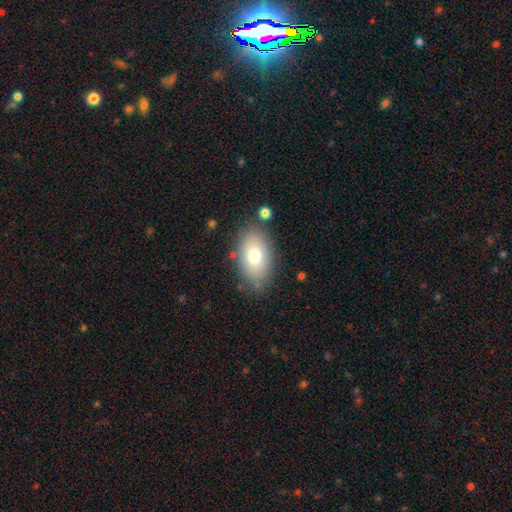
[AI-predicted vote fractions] A smooth galaxy with no disk features (74%) that is in between round and cigar-shaped (90%).

Vote fractions:
- Smooth or featured? smooth: 74% / featured or disk: 17% / star or artifact: 9%
- How rounded? in between: 90% / round: 8% / cigar-shaped: 2%
- Merging? none: 81% / minor disturbance: 12% / merger: 4% / major disturbance: 3%